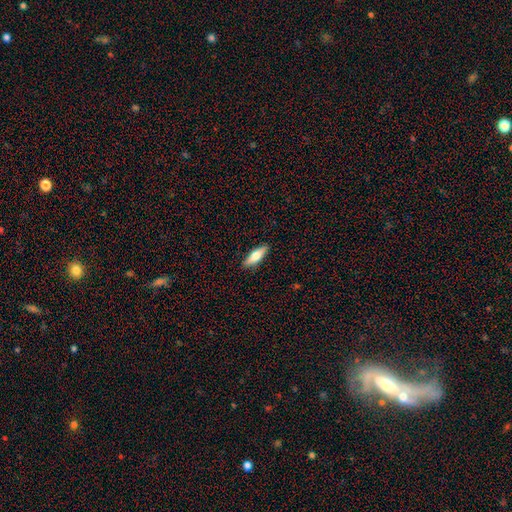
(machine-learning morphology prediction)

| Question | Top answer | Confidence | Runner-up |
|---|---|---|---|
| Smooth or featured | smooth | 61% | featured or disk (33%) |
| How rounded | cigar-shaped | 54% | in between (43%) |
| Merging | none | 89% | minor disturbance (8%) |